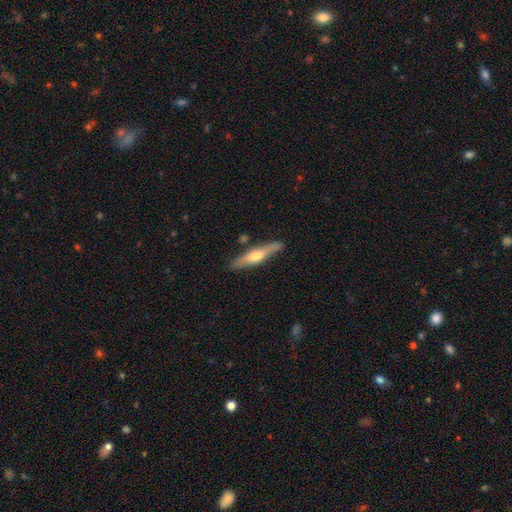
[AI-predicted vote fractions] Overall: featured or disk (49%; smooth 45%). Merging: none (83%).